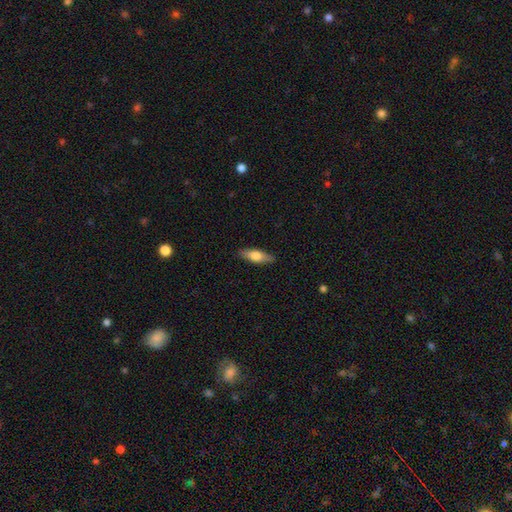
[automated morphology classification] Smooth or featured? Predicted: smooth (p=0.64). How rounded? Predicted: in between (p=0.54). Merging? Predicted: none (p=0.88).